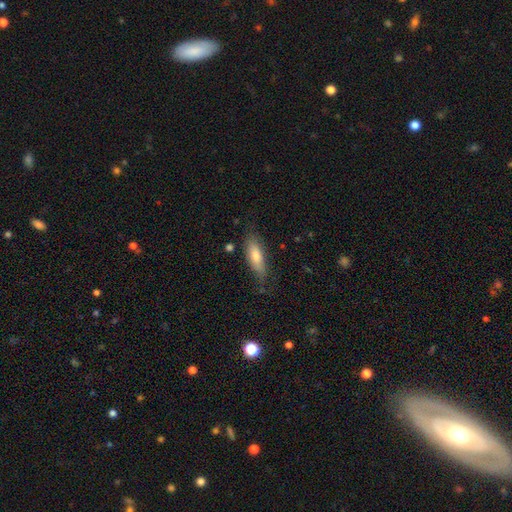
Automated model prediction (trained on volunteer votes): A smooth galaxy with no disk features (68%) that is in between round and cigar-shaped (51%).

Vote fractions:
- Smooth or featured? smooth: 68% / featured or disk: 25% / star or artifact: 7%
- How rounded? in between: 51% / cigar-shaped: 46% / round: 2%
- Merging? none: 72% / minor disturbance: 21% / major disturbance: 5% / merger: 2%